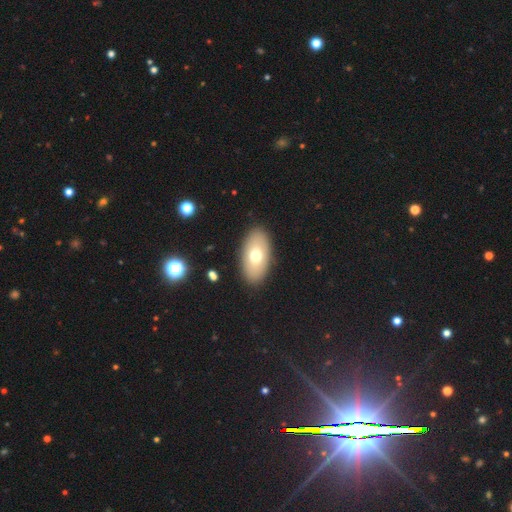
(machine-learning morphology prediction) This appears to be a smooth galaxy with no disk features (69%) that is in between round and cigar-shaped (93%). Merging: none (89%).